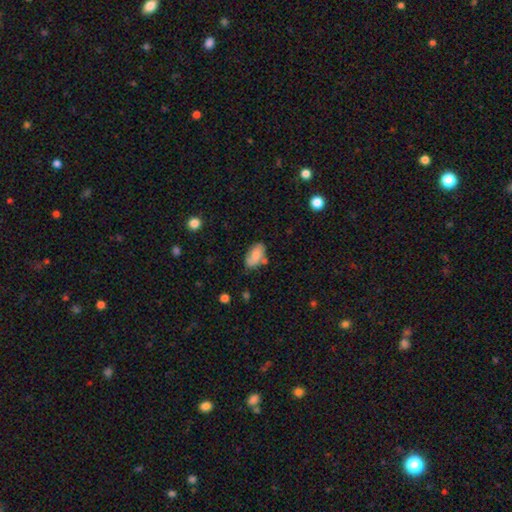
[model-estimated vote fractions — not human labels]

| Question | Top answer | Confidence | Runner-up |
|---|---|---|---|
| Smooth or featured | smooth | 69% | featured or disk (23%) |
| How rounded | in between | 92% | round (5%) |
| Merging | none | 64% | minor disturbance (23%) |